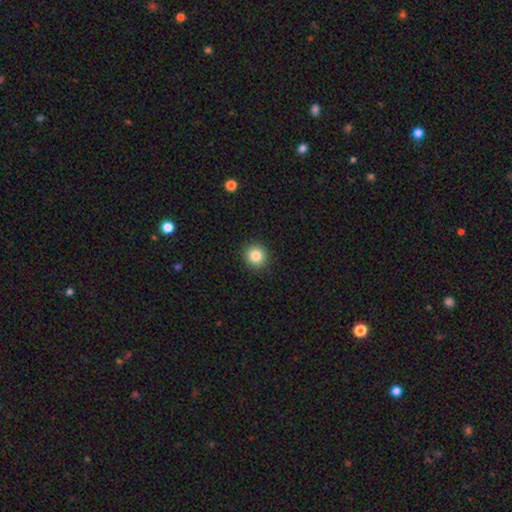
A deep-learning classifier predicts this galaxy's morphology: smooth-or-featured: smooth: 84% | star or artifact: 10% | featured or disk: 6%
  how-rounded: round: 93% | in between: 6% | cigar-shaped: 1%
  merging: none: 92% | minor disturbance: 5% | major disturbance: 2% | merger: 1%